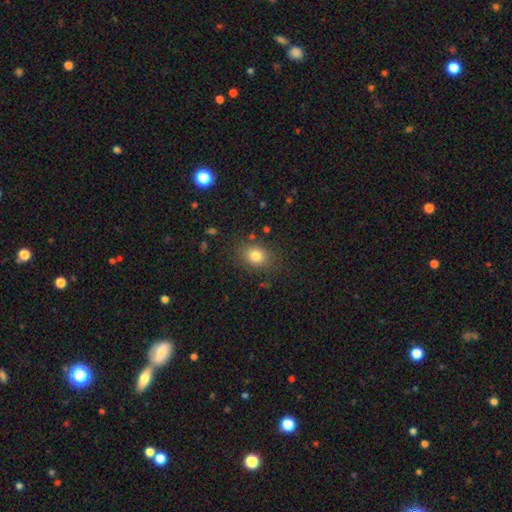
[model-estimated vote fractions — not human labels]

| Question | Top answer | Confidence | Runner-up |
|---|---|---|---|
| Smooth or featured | smooth | 80% | star or artifact (12%) |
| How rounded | round | 51% | in between (48%) |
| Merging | none | 82% | minor disturbance (12%) |